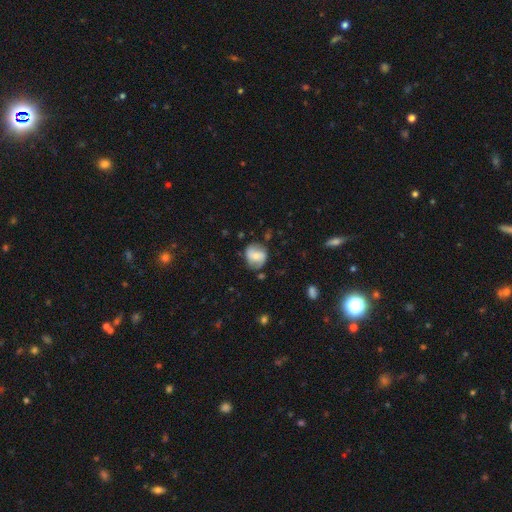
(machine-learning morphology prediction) smooth-or-featured: smooth: 50% | featured or disk: 42% | star or artifact: 8%
  how-rounded: round: 75% | in between: 24% | cigar-shaped: 1%
  merging: none: 67% | minor disturbance: 23% | major disturbance: 7% | merger: 3%